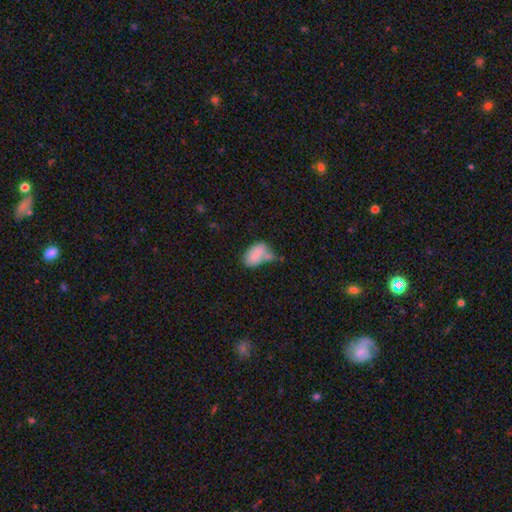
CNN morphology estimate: Overall: smooth (81%). How rounded: in between (91%). Merging: none (34%; minor disturbance 28%).